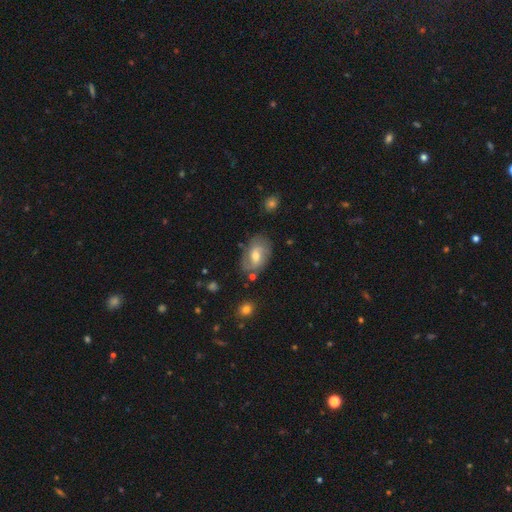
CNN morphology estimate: The model was most divided on "bar": weak: 50%, no: 38%, strong: 12%. More confident: edge-on disk — no (95%); spiral arms — yes (77%); merging — none (71%); bulge size — moderate (67%); smooth or featured — featured or disk (57%).